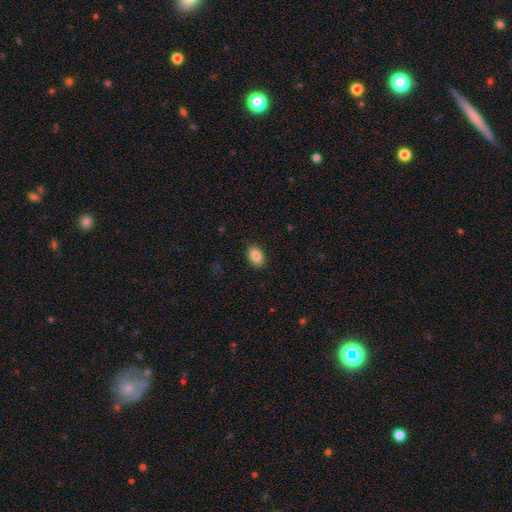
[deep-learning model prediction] Overall: smooth (87%). How rounded: in between (90%). Merging: none (88%).